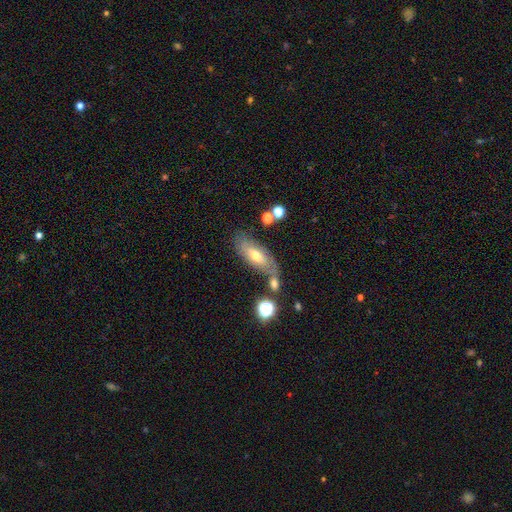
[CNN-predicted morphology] This appears to be a smooth galaxy with no disk features (52%) that is in between round and cigar-shaped (73%). Merging: none (59%).